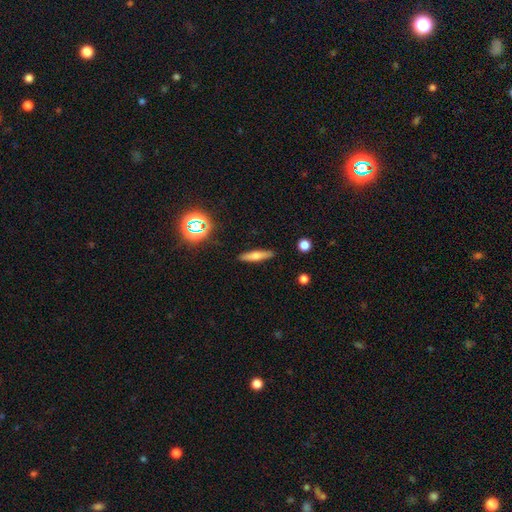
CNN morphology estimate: Smooth or featured? Predicted: smooth (p=0.61). How rounded? Predicted: cigar-shaped (p=0.80). Merging? Predicted: none (p=0.88).